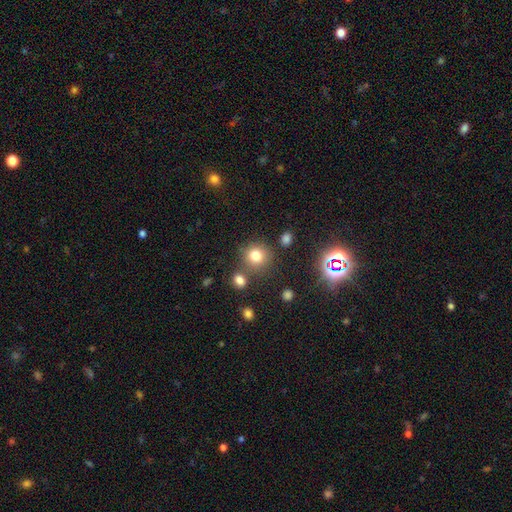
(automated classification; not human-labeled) smooth-or-featured: smooth: 77% | star or artifact: 16% | featured or disk: 7%
  how-rounded: round: 88% | in between: 11% | cigar-shaped: 1%
  merging: none: 74% | merger: 11% | minor disturbance: 10% | major disturbance: 4%